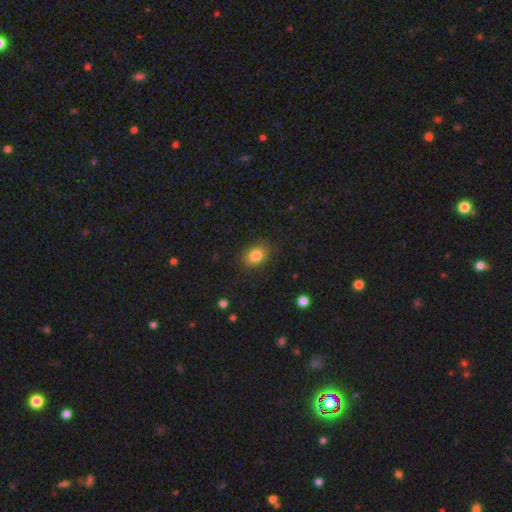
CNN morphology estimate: The model was most divided on "how rounded": in between: 73%, round: 25%, cigar-shaped: 1%. More confident: merging — none (84%); smooth or featured — smooth (83%).